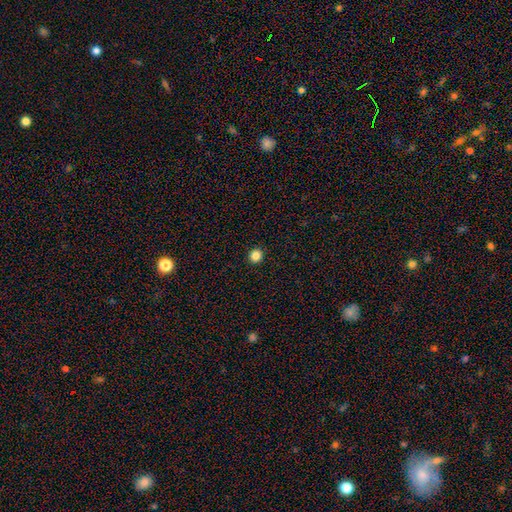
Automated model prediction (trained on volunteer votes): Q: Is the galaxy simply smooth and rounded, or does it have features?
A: smooth — 85%.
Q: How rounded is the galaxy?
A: round — 92%.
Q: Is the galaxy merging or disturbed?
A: none — 94%.